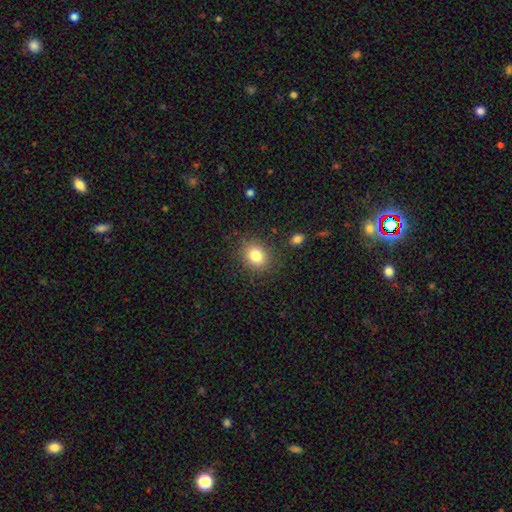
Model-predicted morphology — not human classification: smooth-or-featured: smooth: 82% | star or artifact: 11% | featured or disk: 8%
  how-rounded: round: 57% | in between: 42% | cigar-shaped: 1%
  merging: none: 84% | minor disturbance: 11% | major disturbance: 3% | merger: 2%